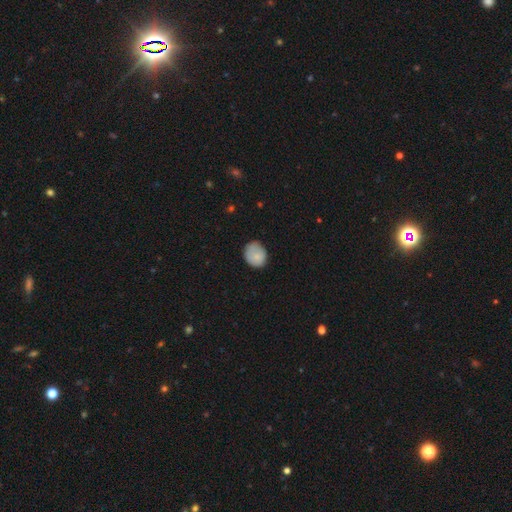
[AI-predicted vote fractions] Smooth or featured? smooth (84%)
How rounded? round (63%)
Merging? none (68%)